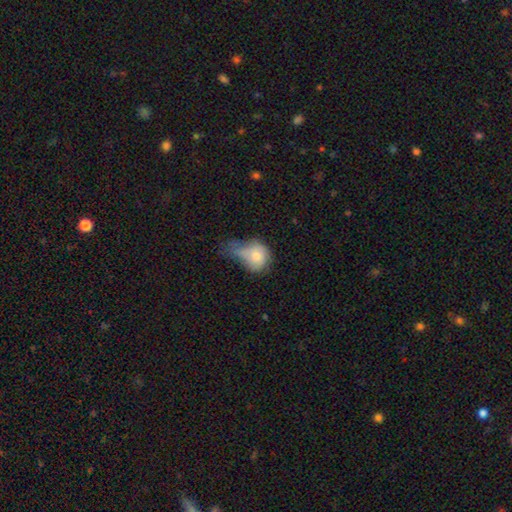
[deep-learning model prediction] smooth-or-featured: smooth: 72% | featured or disk: 20% | star or artifact: 8%
  how-rounded: round: 57% | in between: 41% | cigar-shaped: 1%
  merging: major disturbance: 45% | minor disturbance: 29% | none: 15% | merger: 12%